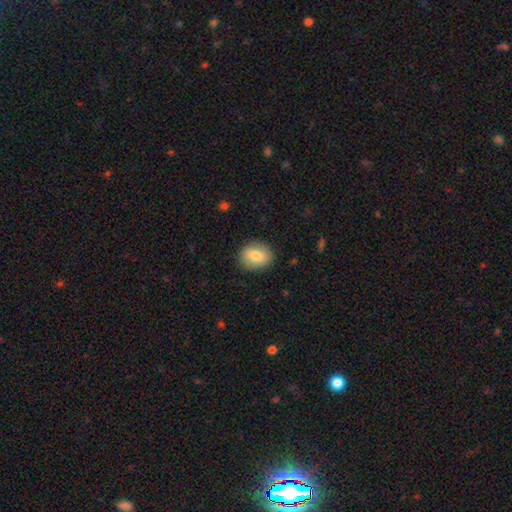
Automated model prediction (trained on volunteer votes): This appears to be a smooth galaxy with no disk features (79%) that is in between round and cigar-shaped (51%). Merging: none (86%).